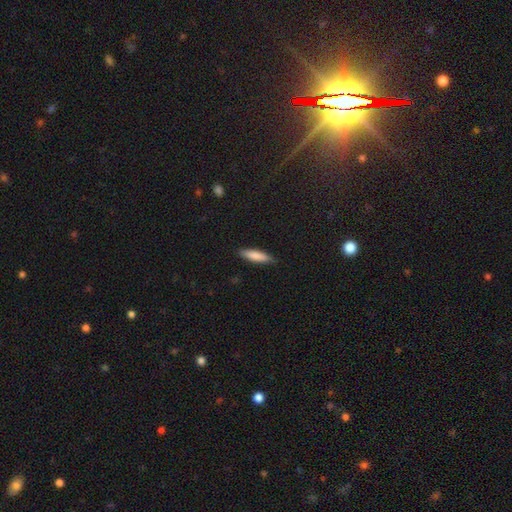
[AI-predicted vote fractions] This is clearly a smooth galaxy (82%). How rounded: likely cigar-shaped (69%). Merging: clearly none (86%).